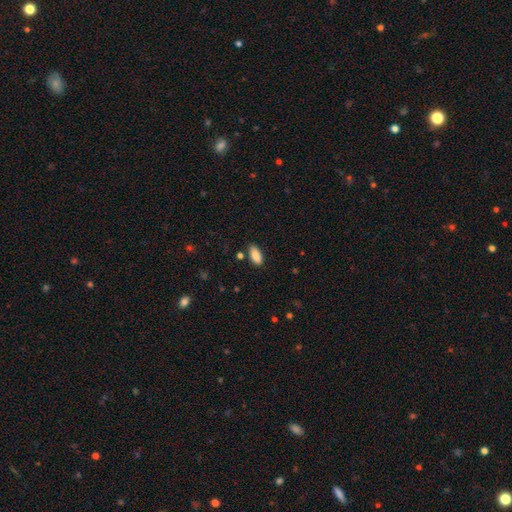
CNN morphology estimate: smooth_or_featured: smooth (p=0.88) [alt: star or artifact p=0.07]
how_rounded: in between (p=0.90) [alt: cigar-shaped p=0.08]
merging: none (p=0.82) [alt: minor disturbance p=0.12]